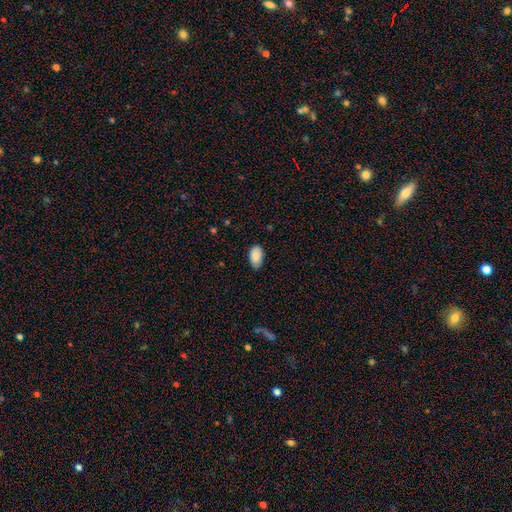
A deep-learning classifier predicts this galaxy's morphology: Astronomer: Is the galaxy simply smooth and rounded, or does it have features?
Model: smooth — 85%.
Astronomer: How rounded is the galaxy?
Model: in between — 94%.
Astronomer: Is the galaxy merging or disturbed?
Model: none — 76%.